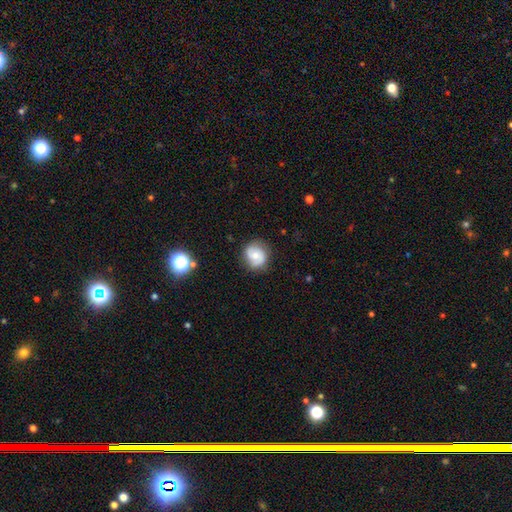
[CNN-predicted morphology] Smooth or featured? Predicted: smooth (p=0.50). How rounded? Predicted: round (p=0.80). Merging? Predicted: none (p=0.79).